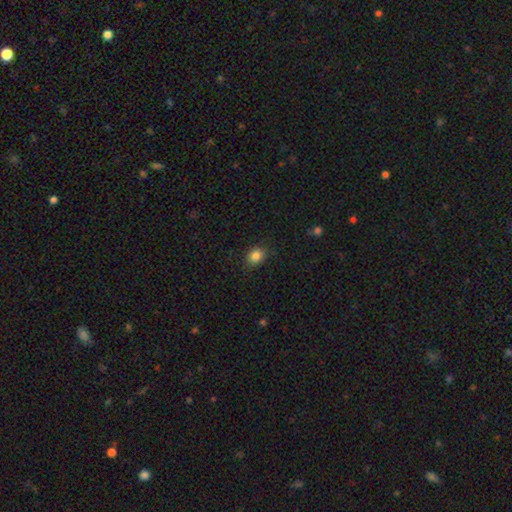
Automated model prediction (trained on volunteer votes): Smooth or featured: smooth — 85% (star or artifact — 10%)
How rounded: in between — 54% (round — 45%)
Merging: none — 85% (minor disturbance — 11%)